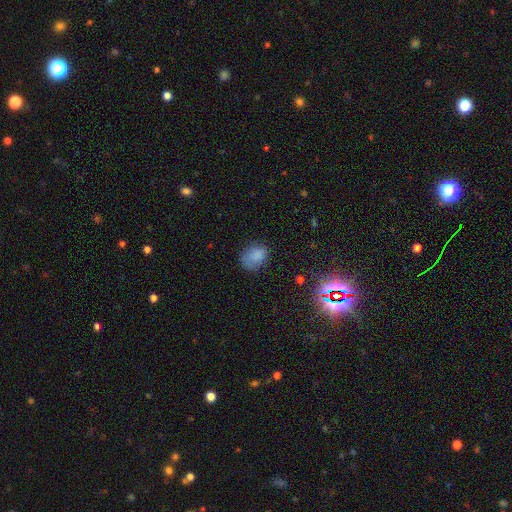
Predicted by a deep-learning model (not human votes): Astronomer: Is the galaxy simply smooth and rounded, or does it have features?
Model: smooth — 81%.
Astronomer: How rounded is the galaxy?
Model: in between — 60% (runner-up: round, 39%).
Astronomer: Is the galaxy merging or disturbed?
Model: none — 67%.